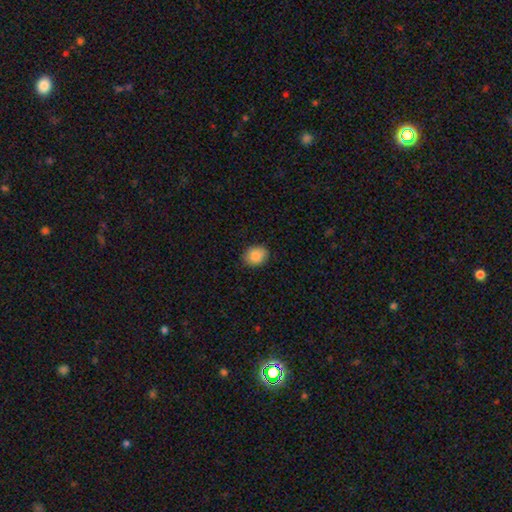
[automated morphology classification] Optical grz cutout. It shows a smooth galaxy with no disk features (88%) that is in between round and cigar-shaped (50%). Merging: none (83%).